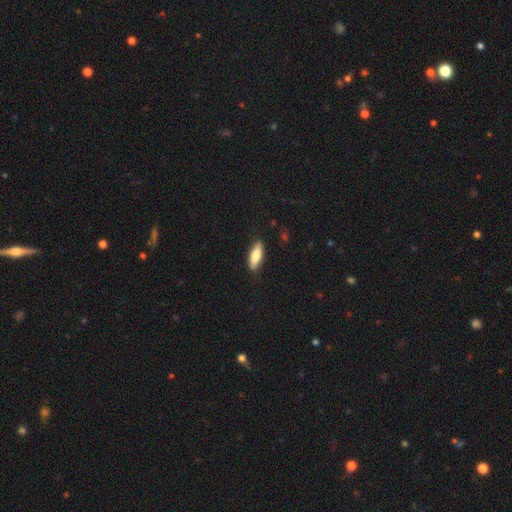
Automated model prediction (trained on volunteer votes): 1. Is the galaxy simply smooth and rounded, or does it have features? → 79% smooth, 15% featured or disk, 6% star or artifact.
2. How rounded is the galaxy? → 59% in between, 39% cigar-shaped, 2% round.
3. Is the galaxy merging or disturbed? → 87% none, 10% minor disturbance, 2% major disturbance, 1% merger.